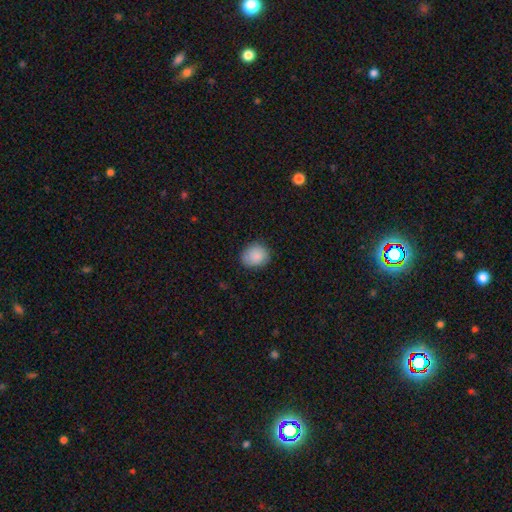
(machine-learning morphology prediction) Overall: smooth (87%). How rounded: round (69%; in between 30%). Merging: none (82%).